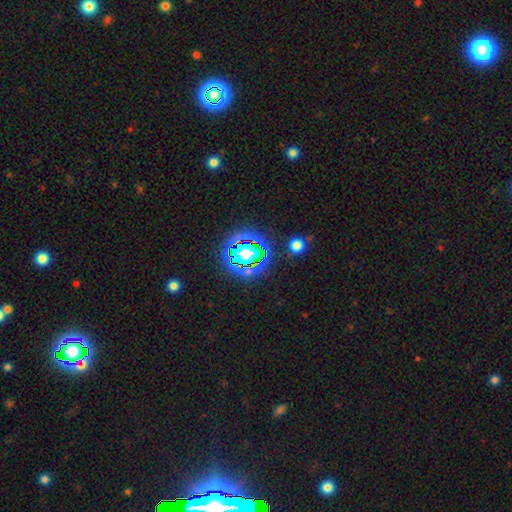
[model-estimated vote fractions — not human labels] Q: Smooth or featured?
A: star or artifact (80%); runner-up: smooth (12%)